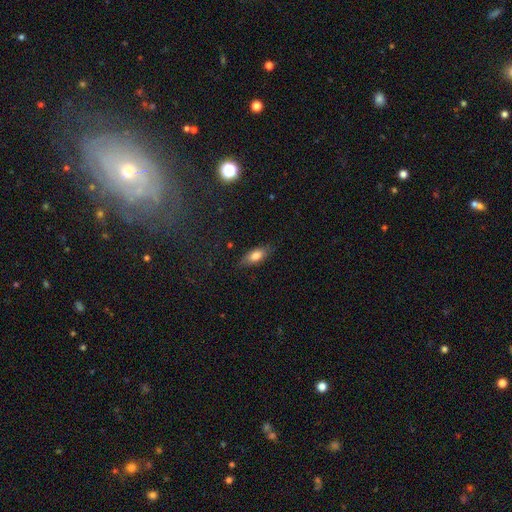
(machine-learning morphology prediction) Overall: smooth (76%). How rounded: in between (77%). Merging: none (80%).